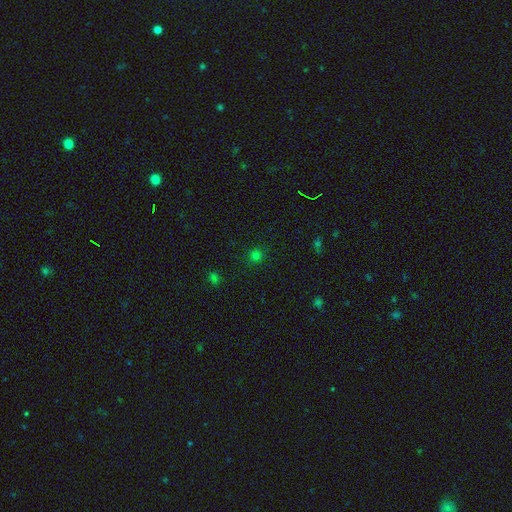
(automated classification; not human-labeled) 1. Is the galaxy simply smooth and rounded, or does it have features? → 73% smooth, 23% star or artifact, 4% featured or disk.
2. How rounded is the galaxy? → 90% round, 9% in between, 1% cigar-shaped.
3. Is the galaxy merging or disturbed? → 87% none, 8% minor disturbance, 3% major disturbance, 2% merger.